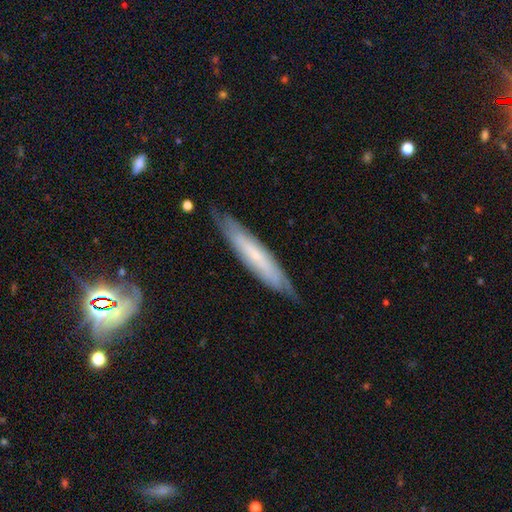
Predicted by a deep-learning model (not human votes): Smooth or featured? Predicted: featured or disk (p=0.52). Edge-on disk? Predicted: yes (p=0.64). Merging? Predicted: none (p=0.79).